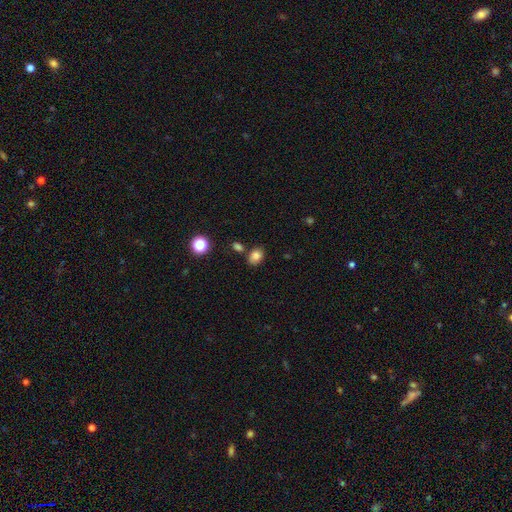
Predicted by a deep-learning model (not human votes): smooth 82%, star or artifact 12%, featured or disk 6%. Down the decision tree: how rounded — in between (70%); merging — none (73%).